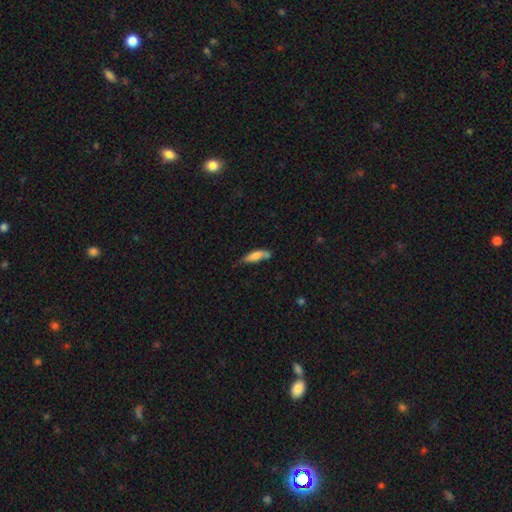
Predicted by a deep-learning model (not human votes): This appears to be a smooth galaxy with no disk features (69%) that is cigar-shaped (55%). Merging: none (53%).